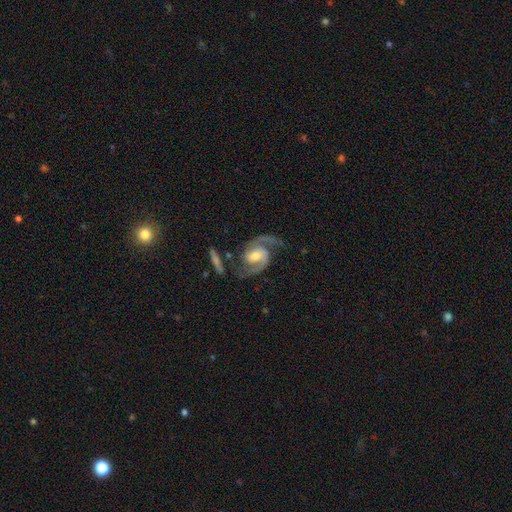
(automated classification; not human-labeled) Smooth or featured? Predicted: featured or disk (p=0.91). Edge-on disk? Predicted: no (p=0.98). Bar? Predicted: weak (p=0.43). Spiral arms? Predicted: yes (p=0.98). Spiral winding? Predicted: medium (p=0.60). Spiral arm count? Predicted: 2 (p=0.92). Bulge size? Predicted: moderate (p=0.61). Merging? Predicted: none (p=0.70).